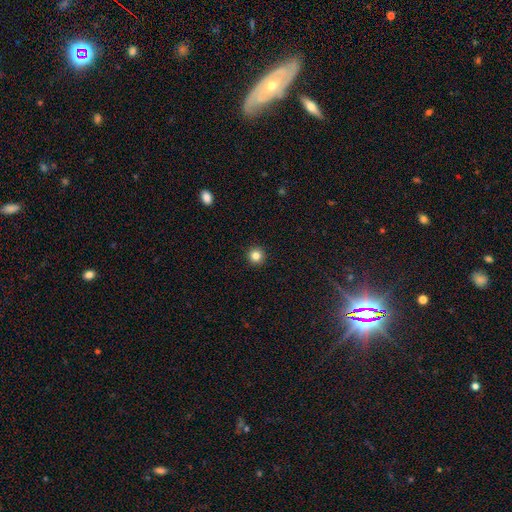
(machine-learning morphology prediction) This appears to be a smooth galaxy with no disk features (83%) that is round (96%). Merging: none (94%).